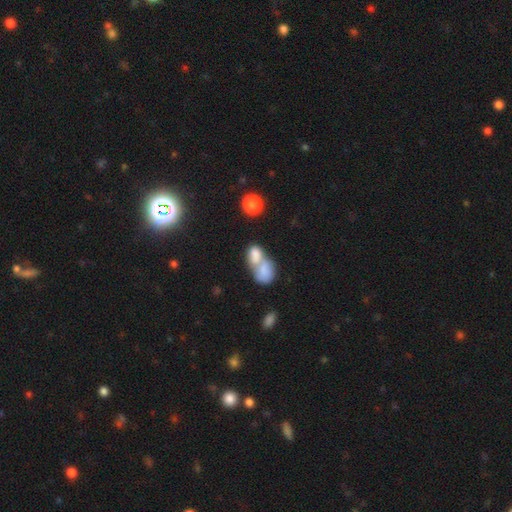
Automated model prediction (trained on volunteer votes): smooth 75%, featured or disk 16%, star or artifact 8%. Down the decision tree: how rounded — in between (76%); merging — merger (76%).